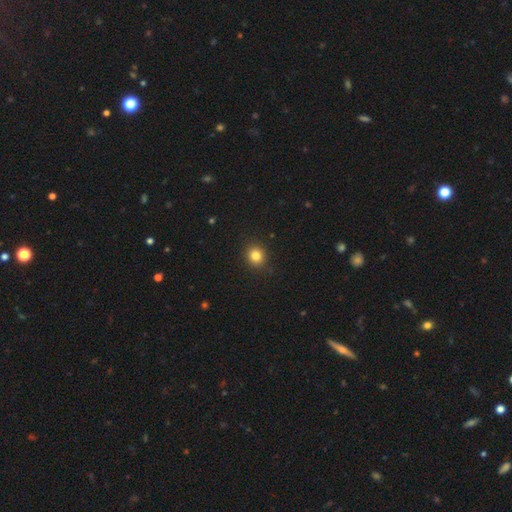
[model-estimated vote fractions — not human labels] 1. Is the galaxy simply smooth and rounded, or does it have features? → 83% smooth, 12% star or artifact, 5% featured or disk.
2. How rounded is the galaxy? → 81% round, 18% in between, 1% cigar-shaped.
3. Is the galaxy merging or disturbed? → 90% none, 7% minor disturbance, 2% major disturbance, 1% merger.